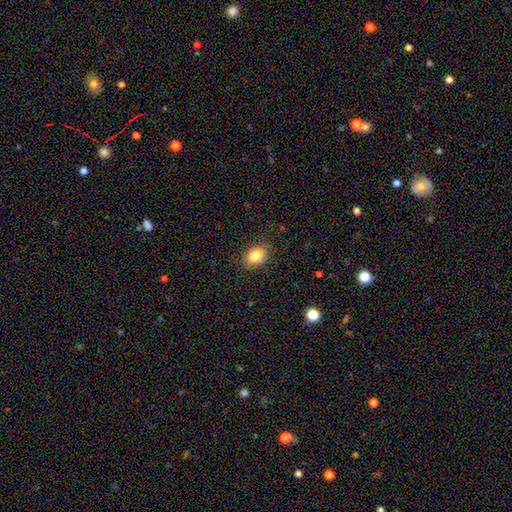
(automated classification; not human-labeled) smooth 82%, star or artifact 9%, featured or disk 9%. Down the decision tree: how rounded — in between (76%); merging — none (85%).